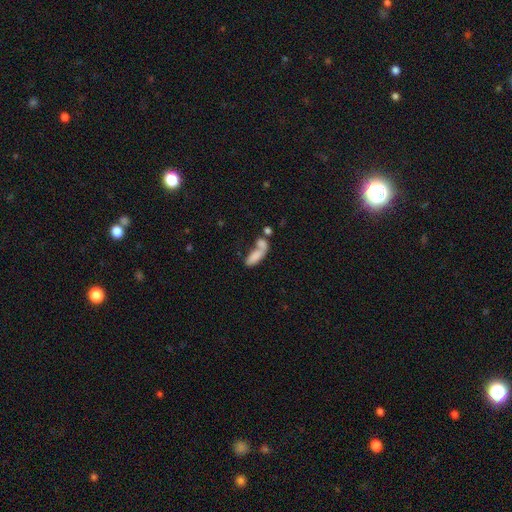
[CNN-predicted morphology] This appears to be a smooth galaxy with no disk features (76%) that is in between round and cigar-shaped (73%). Merging: merger (58%).